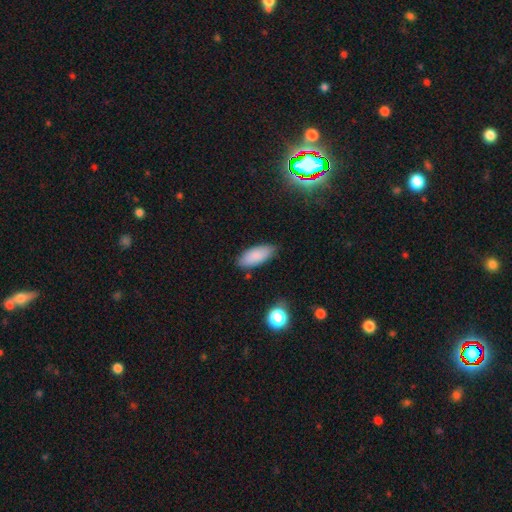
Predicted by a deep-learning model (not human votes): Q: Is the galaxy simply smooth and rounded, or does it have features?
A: smooth — 87%.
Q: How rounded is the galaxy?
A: in between — 84%.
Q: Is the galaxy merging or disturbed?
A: none — 81%.